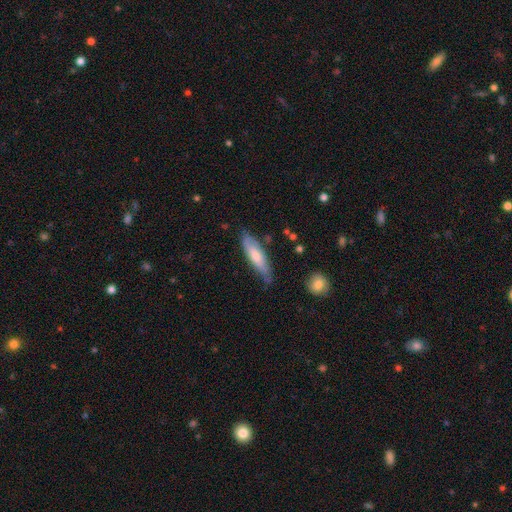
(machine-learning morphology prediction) Smooth or featured? Predicted: smooth (p=0.64). How rounded? Predicted: cigar-shaped (p=0.62). Merging? Predicted: none (p=0.69).